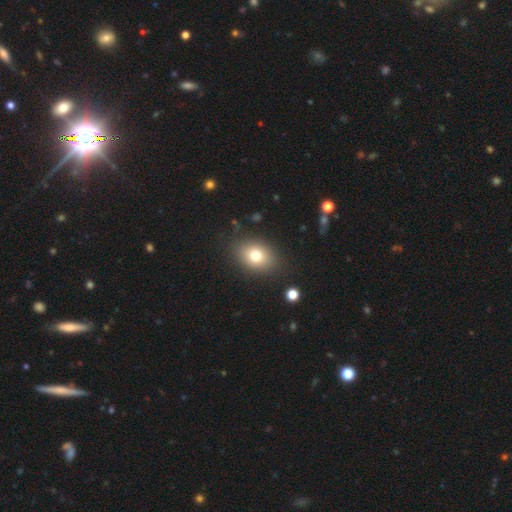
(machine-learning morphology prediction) This appears to be a smooth galaxy with no disk features (77%) that is in between round and cigar-shaped (68%). Merging: none (85%).